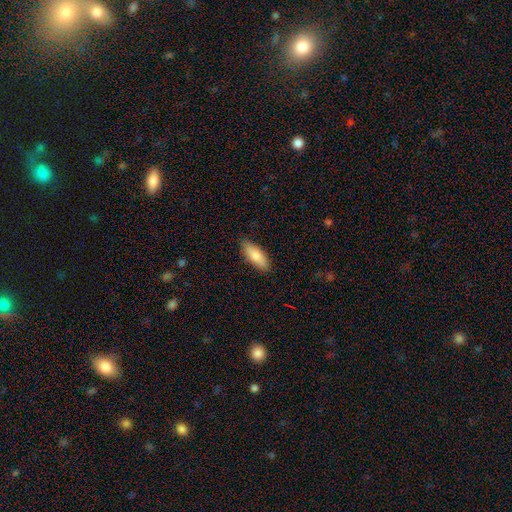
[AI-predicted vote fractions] Smooth or featured?
  - smooth: 82% *
  - featured or disk: 12%
  - star or artifact: 6%
How rounded?
  - in between: 67% *
  - cigar-shaped: 31%
  - round: 2%
Merging?
  - none: 87% *
  - minor disturbance: 10%
  - major disturbance: 2%
  - merger: 1%